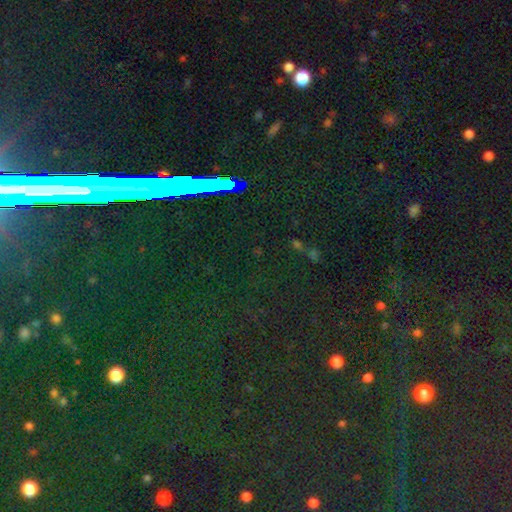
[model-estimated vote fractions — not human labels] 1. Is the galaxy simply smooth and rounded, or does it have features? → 79% star or artifact, 11% smooth, 9% featured or disk.